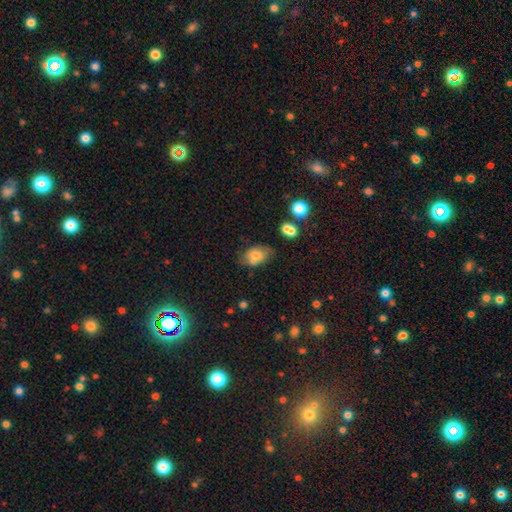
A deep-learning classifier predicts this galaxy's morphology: smooth_or_featured: smooth (p=0.71) [alt: featured or disk p=0.20]
how_rounded: in between (p=0.84) [alt: round p=0.14]
merging: none (p=0.55) [alt: merger p=0.20]